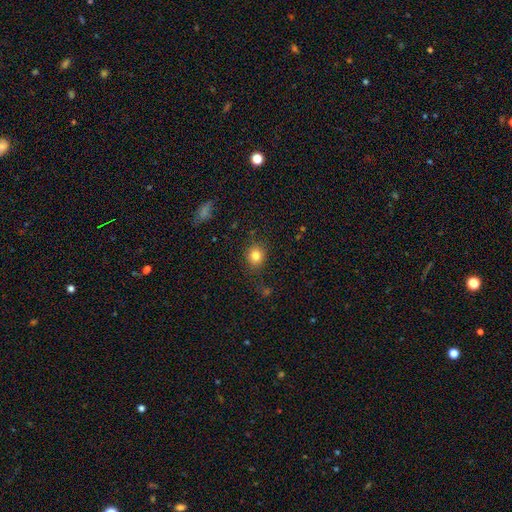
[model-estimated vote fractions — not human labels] smooth-or-featured: smooth: 82% | star or artifact: 11% | featured or disk: 6%
  how-rounded: round: 77% | in between: 22% | cigar-shaped: 1%
  merging: none: 84% | minor disturbance: 11% | major disturbance: 3% | merger: 2%